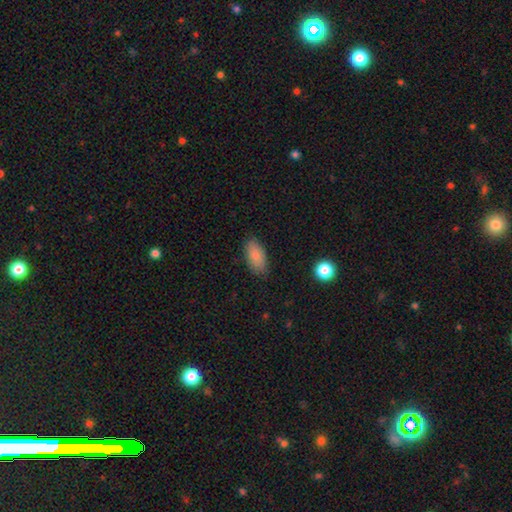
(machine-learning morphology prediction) Smooth or featured: smooth — 85% (featured or disk — 8%)
How rounded: in between — 90% (cigar-shaped — 7%)
Merging: none — 83% (minor disturbance — 13%)